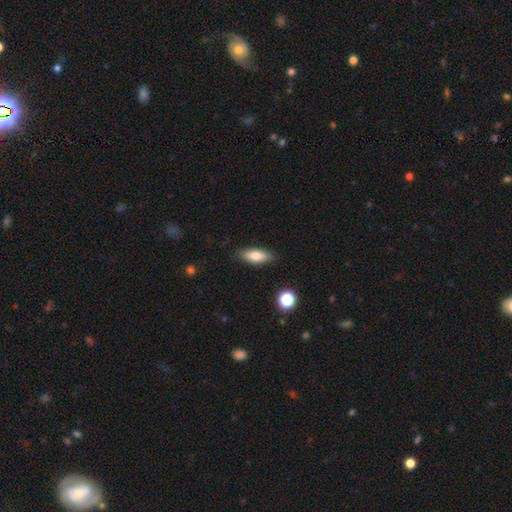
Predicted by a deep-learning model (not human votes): This is likely a smooth galaxy (77%). How rounded: likely in between (76%). Merging: clearly none (86%).